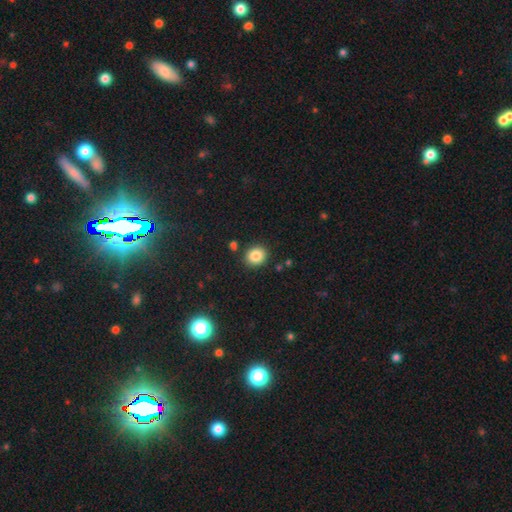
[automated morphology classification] Q: Smooth or featured?
A: smooth (85%); runner-up: star or artifact (10%)
Q: How rounded?
A: round (73%); runner-up: in between (26%)
Q: Merging?
A: none (87%); runner-up: minor disturbance (7%)